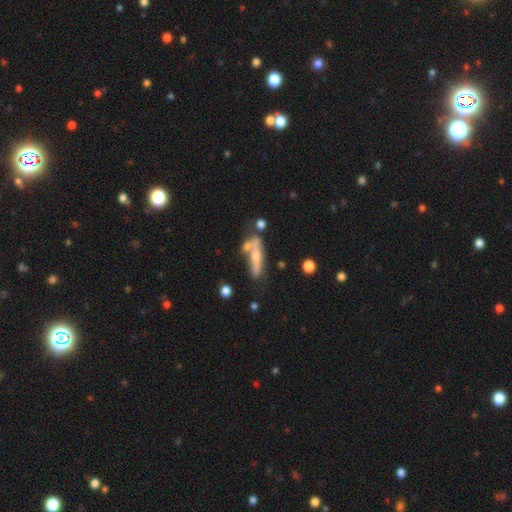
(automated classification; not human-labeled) Q: Smooth or featured?
A: featured or disk (49%); runner-up: smooth (43%)
Q: Merging?
A: none (37%); runner-up: merger (30%)